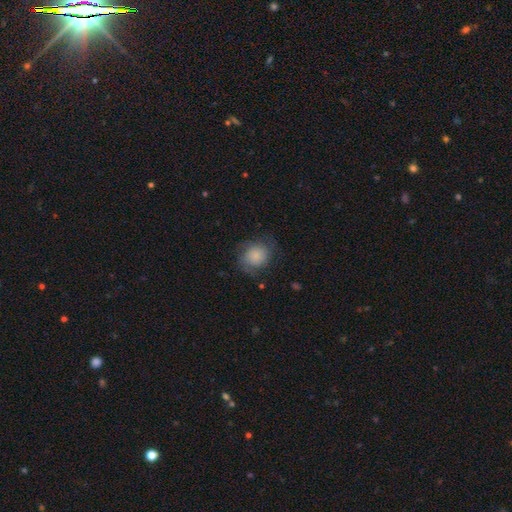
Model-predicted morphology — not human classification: Q: Smooth or featured?
A: smooth (74%); runner-up: featured or disk (18%)
Q: How rounded?
A: round (76%); runner-up: in between (23%)
Q: Merging?
A: none (64%); runner-up: minor disturbance (23%)